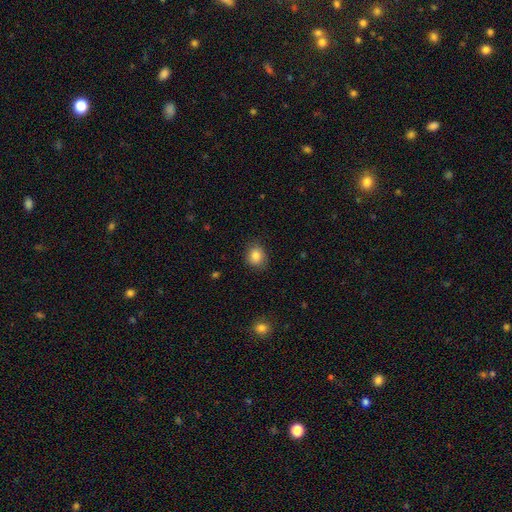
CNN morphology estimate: A smooth galaxy with no disk features (84%) that is round (68%).

Vote fractions:
- Smooth or featured? smooth: 84% / star or artifact: 9% / featured or disk: 7%
- How rounded? round: 68% / in between: 31% / cigar-shaped: 1%
- Merging? none: 83% / minor disturbance: 13% / major disturbance: 3% / merger: 1%